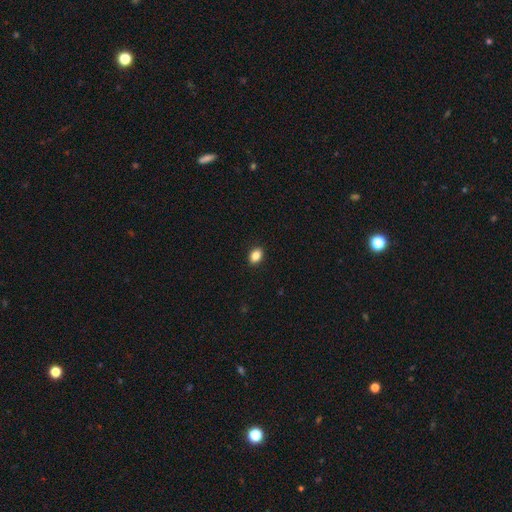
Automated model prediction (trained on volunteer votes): Smooth or featured?
  - smooth: 86% *
  - star or artifact: 9%
  - featured or disk: 5%
How rounded?
  - in between: 76% *
  - round: 23%
  - cigar-shaped: 1%
Merging?
  - none: 90% *
  - minor disturbance: 7%
  - major disturbance: 2%
  - merger: 1%